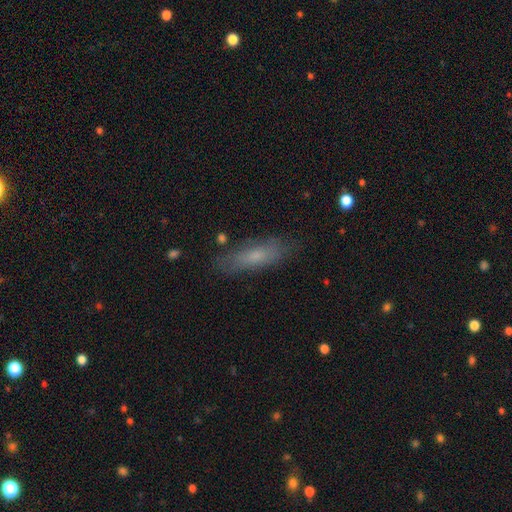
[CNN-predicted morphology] The model was most divided on "how rounded": cigar-shaped: 58%, in between: 39%, round: 2%. More confident: merging — none (80%); smooth or featured — smooth (65%).